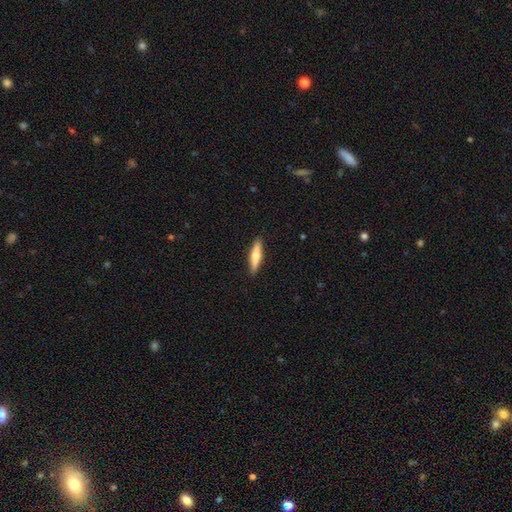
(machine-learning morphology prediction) A smooth galaxy with no disk features (61%) that is cigar-shaped (78%). Merging: none (90%).